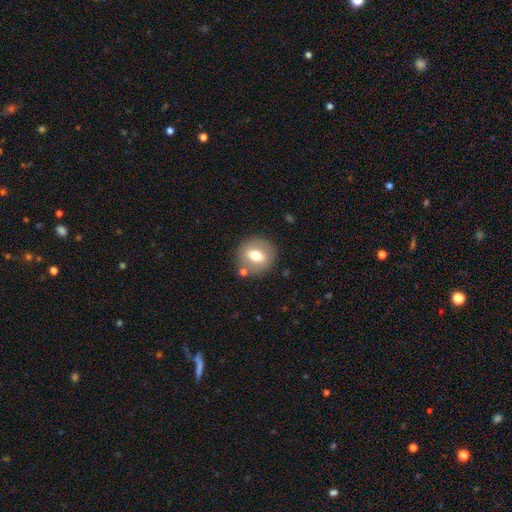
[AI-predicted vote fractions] Smooth or featured? smooth (61%)
How rounded? round (79%)
Merging? none (80%)